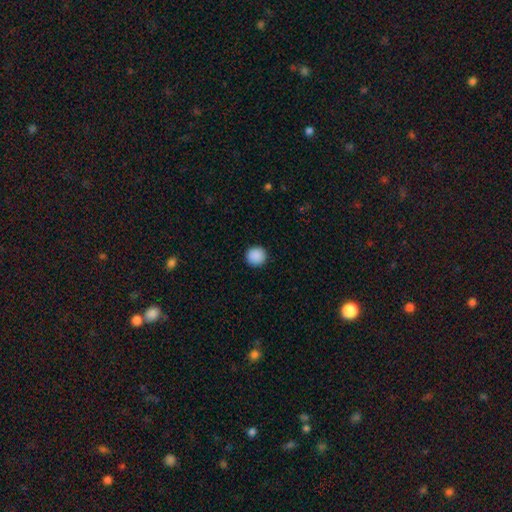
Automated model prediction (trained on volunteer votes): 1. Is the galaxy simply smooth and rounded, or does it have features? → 90% smooth, 8% star or artifact, 2% featured or disk.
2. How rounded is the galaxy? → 95% round, 4% in between, 1% cigar-shaped.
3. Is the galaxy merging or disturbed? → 93% none, 4% minor disturbance, 2% major disturbance, 1% merger.